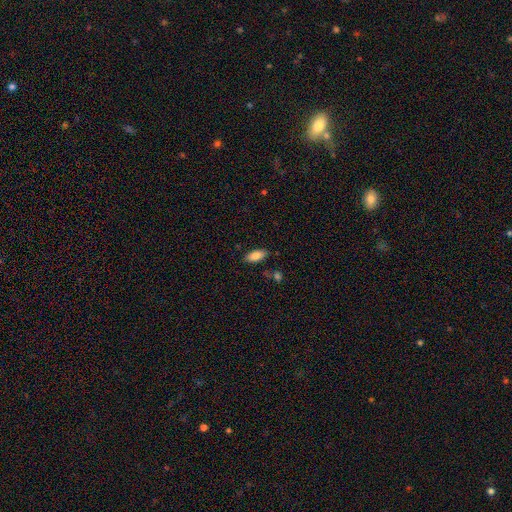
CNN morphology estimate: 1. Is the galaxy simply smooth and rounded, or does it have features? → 83% smooth, 10% featured or disk, 7% star or artifact.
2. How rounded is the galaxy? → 86% in between, 12% cigar-shaped, 2% round.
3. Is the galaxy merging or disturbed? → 83% none, 12% minor disturbance, 3% merger, 3% major disturbance.